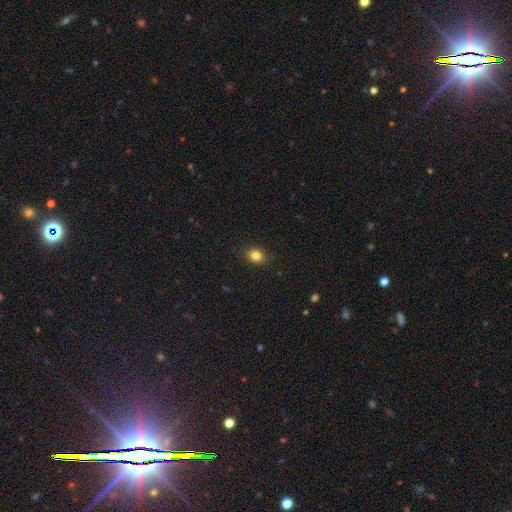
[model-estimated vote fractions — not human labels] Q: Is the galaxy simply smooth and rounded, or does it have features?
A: smooth — 83%.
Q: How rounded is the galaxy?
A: round — 56%.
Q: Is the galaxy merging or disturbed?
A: none — 89%.